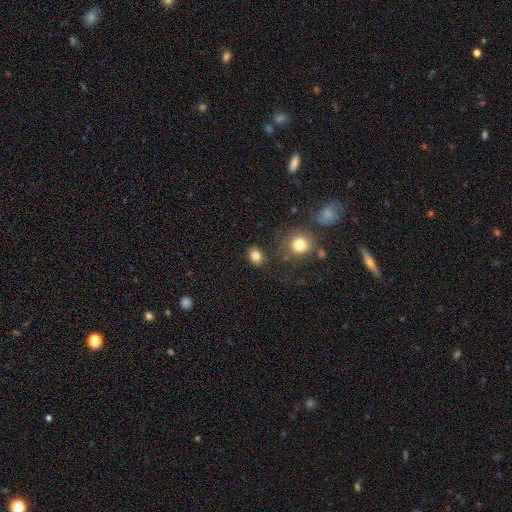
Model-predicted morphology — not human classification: The model was most divided on "how rounded": in between: 62%, round: 37%, cigar-shaped: 1%. More confident: smooth or featured — smooth (83%); merging — none (82%).